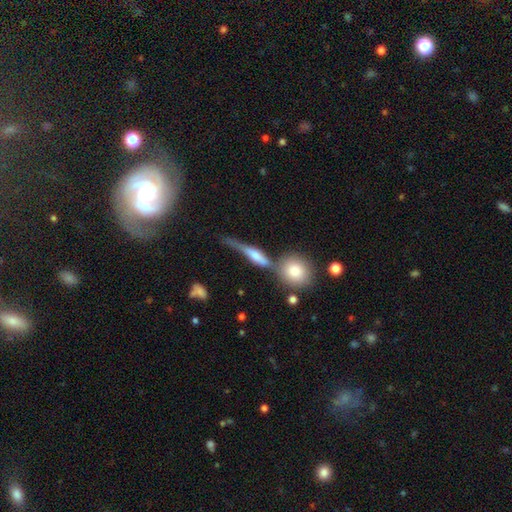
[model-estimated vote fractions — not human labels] This is possibly a featured or disk galaxy (49%). Merging: marginally none (43%).